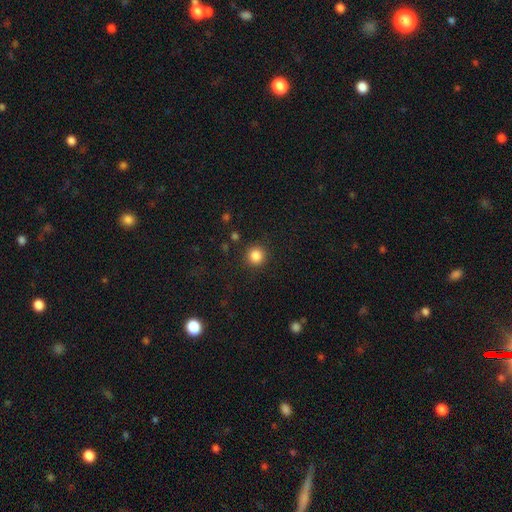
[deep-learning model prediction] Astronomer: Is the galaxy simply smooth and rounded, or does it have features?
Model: smooth — 85%.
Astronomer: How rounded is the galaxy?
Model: round — 94%.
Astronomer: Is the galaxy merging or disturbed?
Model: none — 90%.